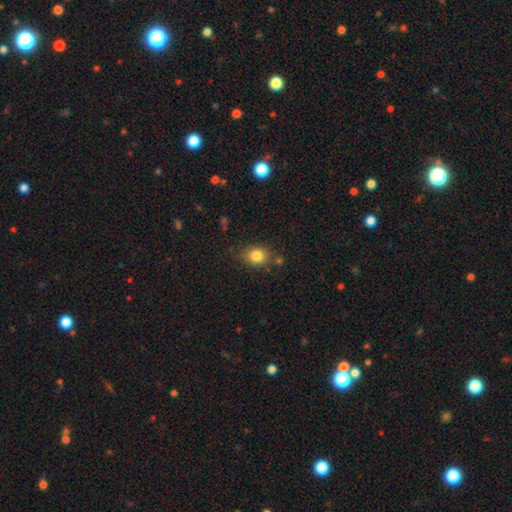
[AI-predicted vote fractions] This is clearly a smooth galaxy (82%). How rounded: possibly round (52%). Merging: likely none (73%).